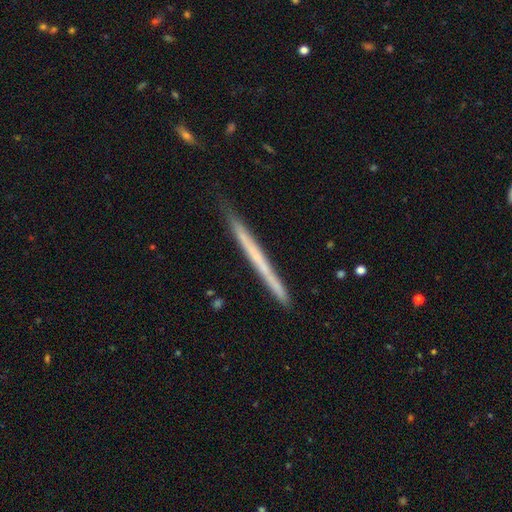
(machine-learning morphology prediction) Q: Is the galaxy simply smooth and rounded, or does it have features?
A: featured or disk — 51%.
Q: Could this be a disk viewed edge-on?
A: yes — 97%.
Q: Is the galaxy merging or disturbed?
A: none — 85%.